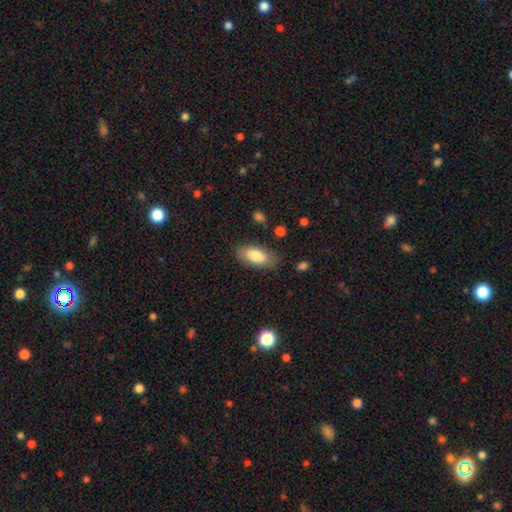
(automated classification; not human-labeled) smooth 83%, featured or disk 10%, star or artifact 7%. Down the decision tree: how rounded — in between (89%); merging — none (83%).